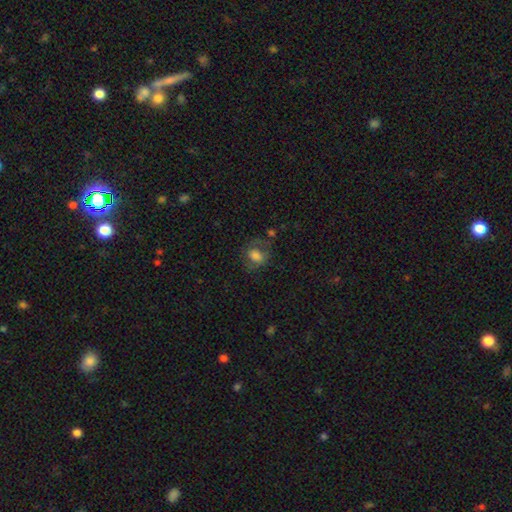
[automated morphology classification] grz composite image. It shows a smooth galaxy with no disk features (66%) that is in between round and cigar-shaped (52%). Merging: none (55%).